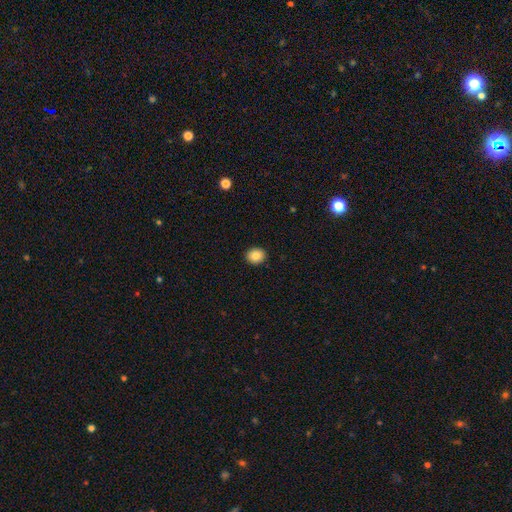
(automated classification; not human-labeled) Smooth or featured?
  - smooth: 86% *
  - star or artifact: 9%
  - featured or disk: 6%
How rounded?
  - round: 65% *
  - in between: 34%
  - cigar-shaped: 1%
Merging?
  - none: 91% *
  - minor disturbance: 6%
  - major disturbance: 2%
  - merger: 1%